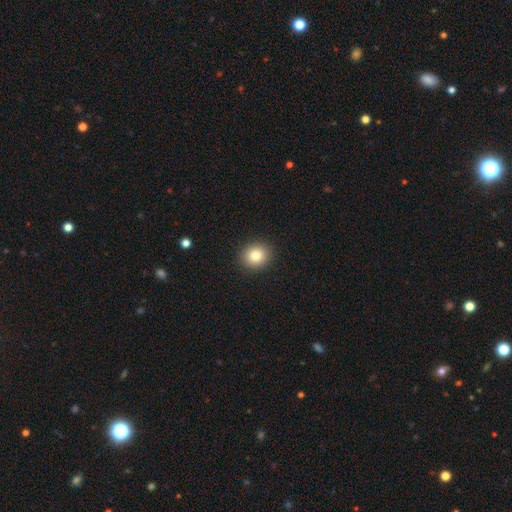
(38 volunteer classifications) A smooth galaxy with no disk features (84%) that is round (88%). Merging: none (92%).